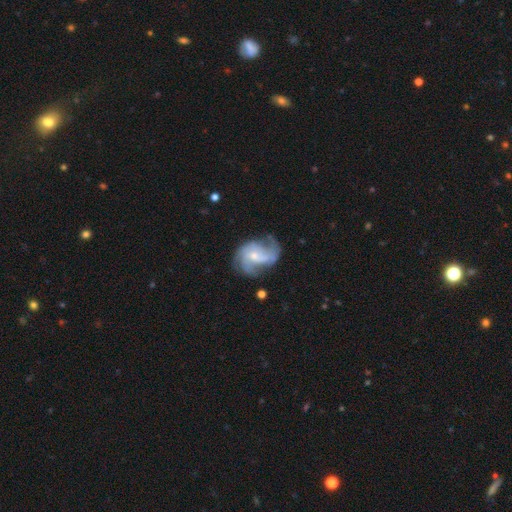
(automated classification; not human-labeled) Smooth or featured: featured or disk — 82% (smooth — 12%)
Edge-on disk: no — 98% (yes — 2%)
Bar: no — 50% (weak — 42%)
Spiral arms: yes — 94% (no — 6%)
Spiral winding: medium — 47% (loose — 30%)
Spiral arm count: 3 — 34% (2 — 27%)
Bulge size: small — 58% (moderate — 35%)
Merging: none — 57% (minor disturbance — 23%)